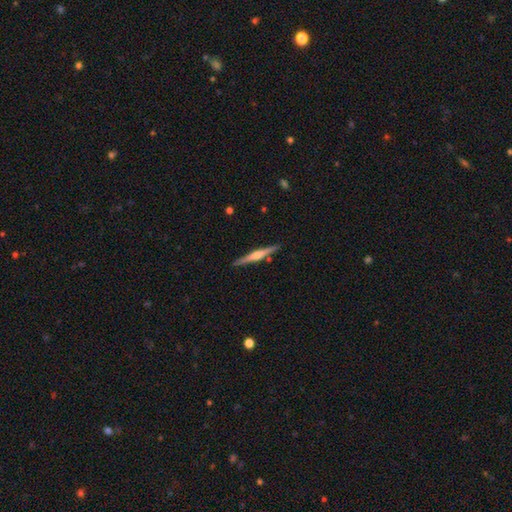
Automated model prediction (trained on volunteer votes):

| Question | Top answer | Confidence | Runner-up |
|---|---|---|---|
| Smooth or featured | featured or disk | 73% | smooth (21%) |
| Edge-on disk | yes | 98% | no (2%) |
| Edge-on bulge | rounded | 76% | boxy (13%) |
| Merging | none | 91% | minor disturbance (6%) |